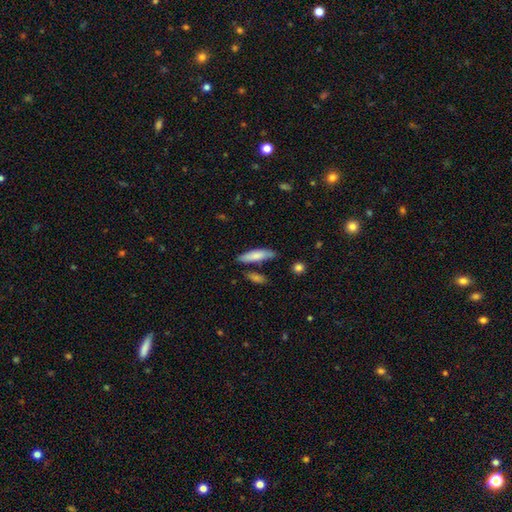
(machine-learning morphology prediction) This appears to be a smooth galaxy with no disk features (77%) that is cigar-shaped (61%). Merging: none (74%).